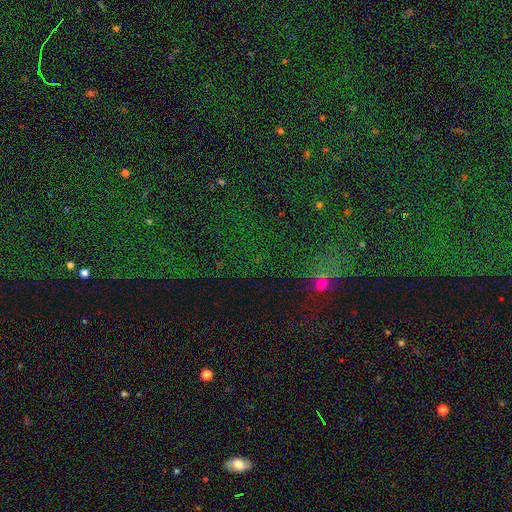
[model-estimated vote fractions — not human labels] A star or artifact, not a galaxy (72%).